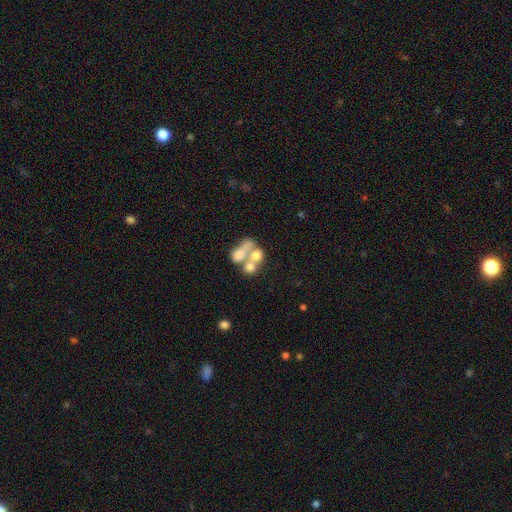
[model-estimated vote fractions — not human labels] Smooth or featured? Predicted: smooth (p=0.55). How rounded? Predicted: in between (p=0.50). Merging? Predicted: merger (p=0.64).